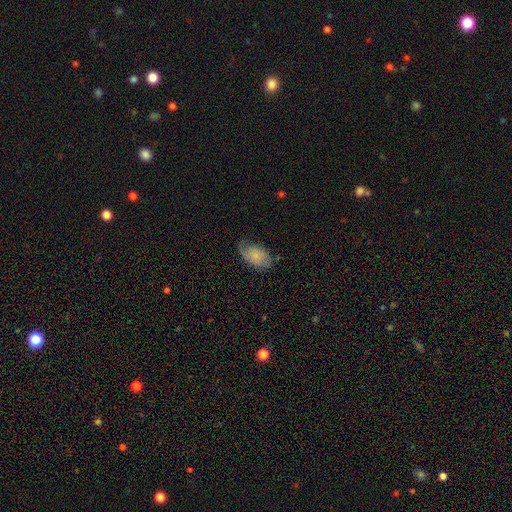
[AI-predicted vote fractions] smooth 67%, featured or disk 26%, star or artifact 7%. Down the decision tree: how rounded — in between (91%); merging — none (55%).